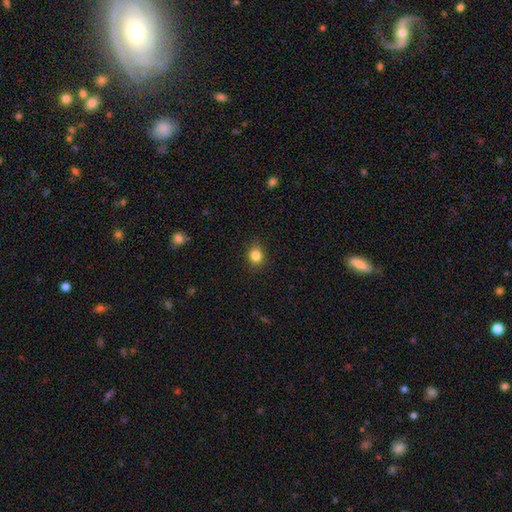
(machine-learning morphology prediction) type=smooth (84%); roundness=round (72%); merging=none (88%).